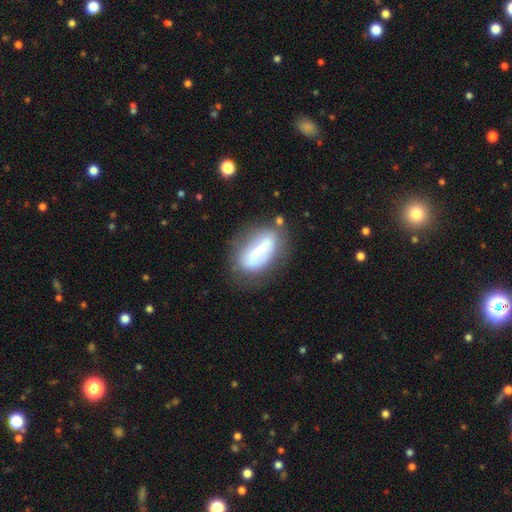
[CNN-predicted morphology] smooth_or_featured: featured or disk (p=0.50) [alt: smooth p=0.41]
merging: none (p=0.63) [alt: minor disturbance p=0.21]